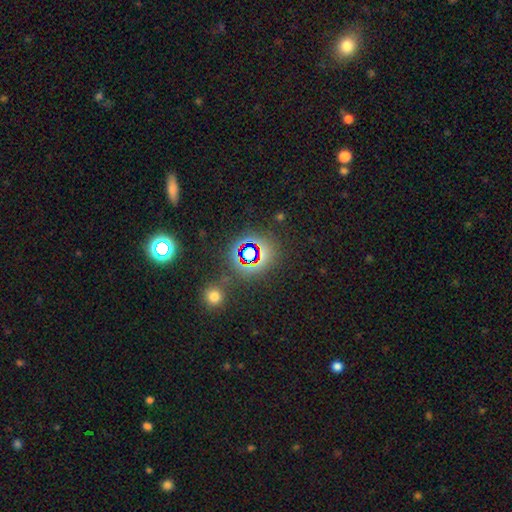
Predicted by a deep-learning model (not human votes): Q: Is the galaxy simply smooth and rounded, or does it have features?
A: star or artifact — 73%.